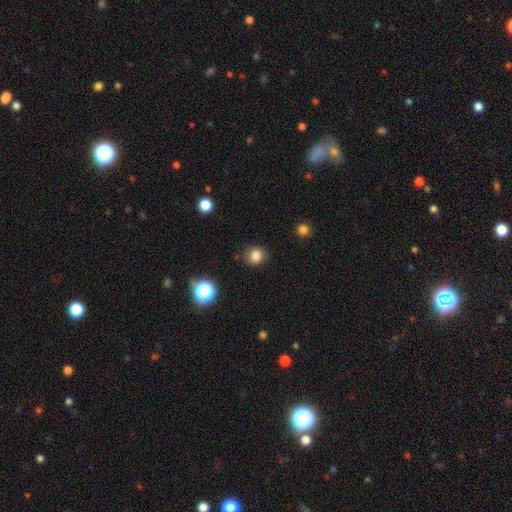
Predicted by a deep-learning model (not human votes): smooth_or_featured: smooth (p=0.83) [alt: star or artifact p=0.13]
how_rounded: round (p=0.86) [alt: in between p=0.13]
merging: none (p=0.87) [alt: minor disturbance p=0.09]